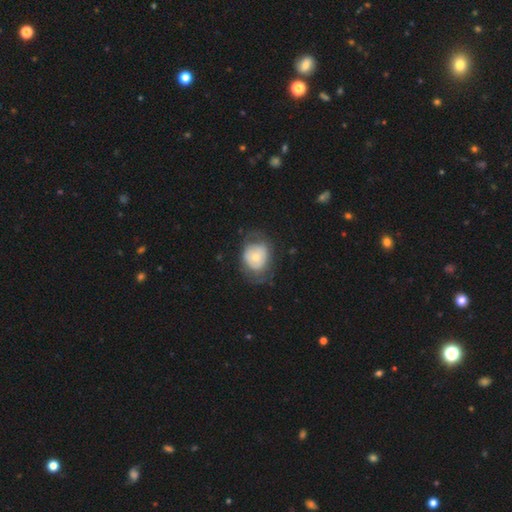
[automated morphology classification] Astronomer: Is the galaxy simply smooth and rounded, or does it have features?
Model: smooth — 57% (runner-up: featured or disk, 36%).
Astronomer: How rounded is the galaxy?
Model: round — 55% (runner-up: in between, 44%).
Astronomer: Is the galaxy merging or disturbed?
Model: none — 54%.